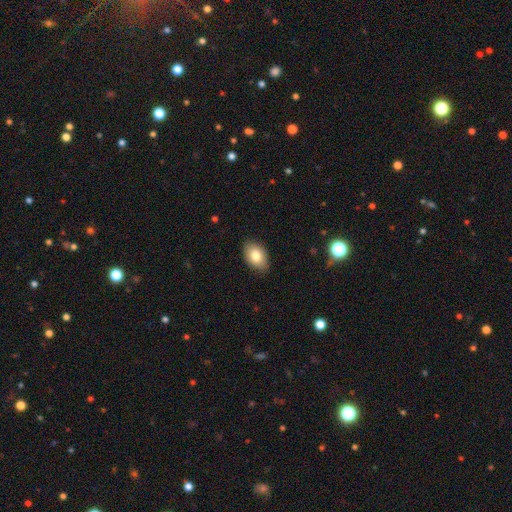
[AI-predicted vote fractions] Smooth or featured? Predicted: smooth (p=0.81). How rounded? Predicted: in between (p=0.86). Merging? Predicted: none (p=0.86).